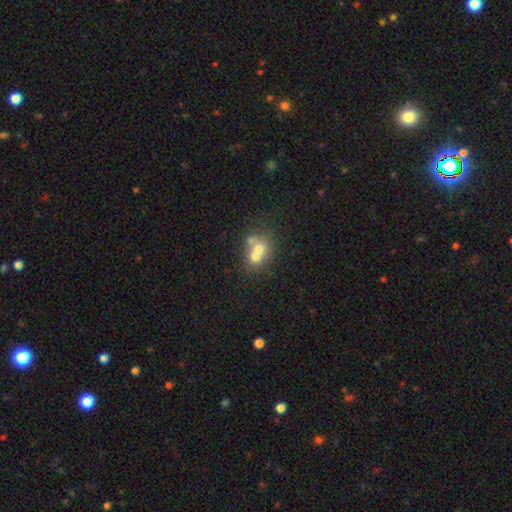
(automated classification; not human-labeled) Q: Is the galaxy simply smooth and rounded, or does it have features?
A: smooth — 58%.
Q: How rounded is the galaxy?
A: round — 64%.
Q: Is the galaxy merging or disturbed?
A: merger — 64%.